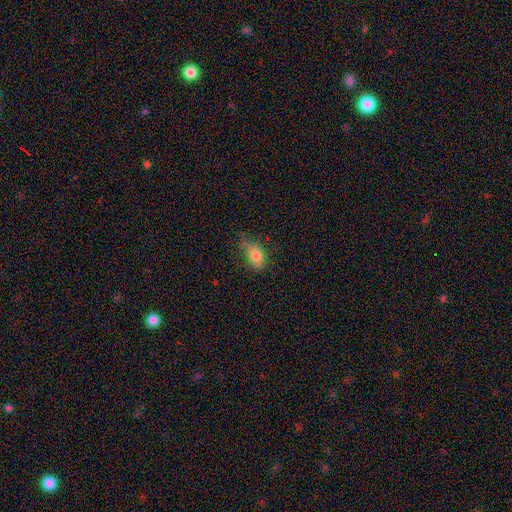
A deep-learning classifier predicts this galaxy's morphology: A smooth galaxy with no disk features (80%) that is in between round and cigar-shaped (81%). Merging: none (52%).